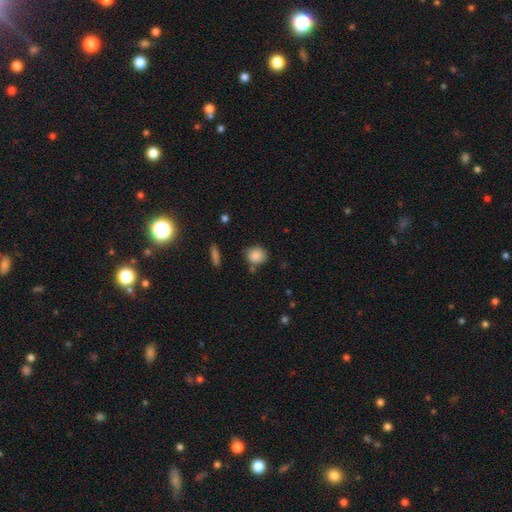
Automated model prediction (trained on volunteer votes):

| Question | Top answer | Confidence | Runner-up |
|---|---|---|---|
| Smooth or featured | smooth | 87% | star or artifact (9%) |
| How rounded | round | 74% | in between (24%) |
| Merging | none | 72% | minor disturbance (16%) |